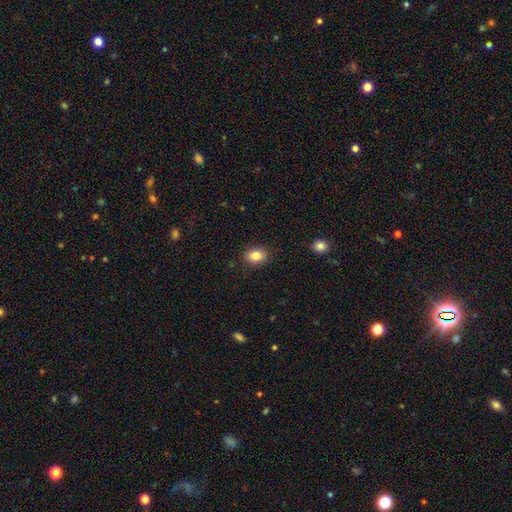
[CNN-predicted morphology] This is clearly a smooth galaxy (83%). How rounded: likely in between (64%). Merging: clearly none (88%).